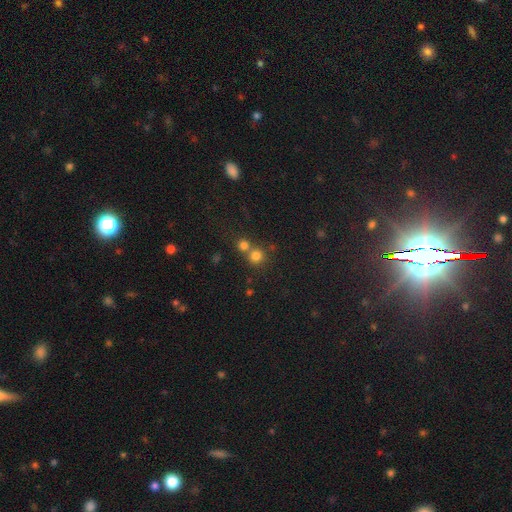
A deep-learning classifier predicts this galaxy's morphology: Q: Smooth or featured?
A: smooth (77%); runner-up: star or artifact (16%)
Q: How rounded?
A: round (91%); runner-up: in between (8%)
Q: Merging?
A: none (54%); runner-up: merger (38%)